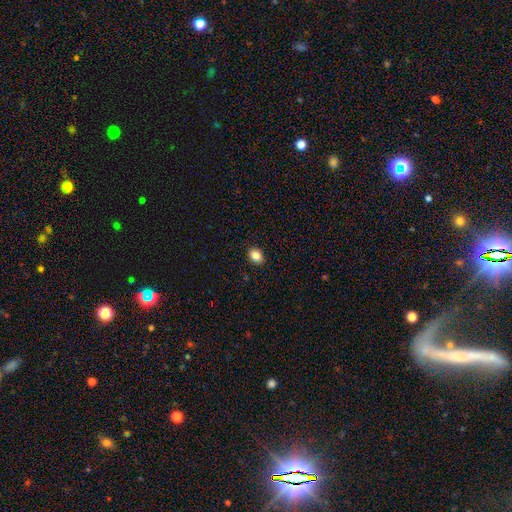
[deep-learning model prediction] Smooth or featured? smooth (85%)
How rounded? in between (74%)
Merging? none (90%)